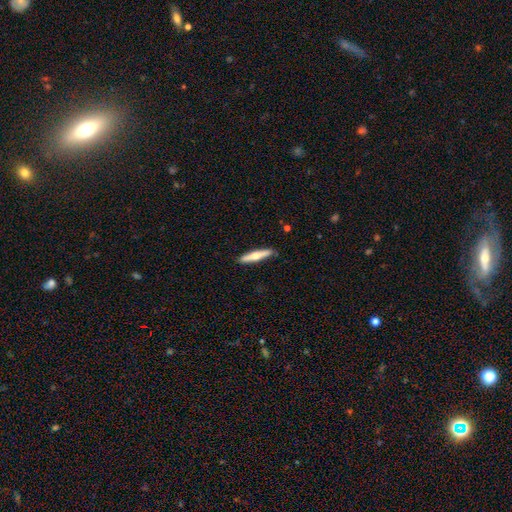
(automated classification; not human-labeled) This is possibly a smooth galaxy (50%). How rounded: clearly cigar-shaped (88%). Merging: clearly none (88%).